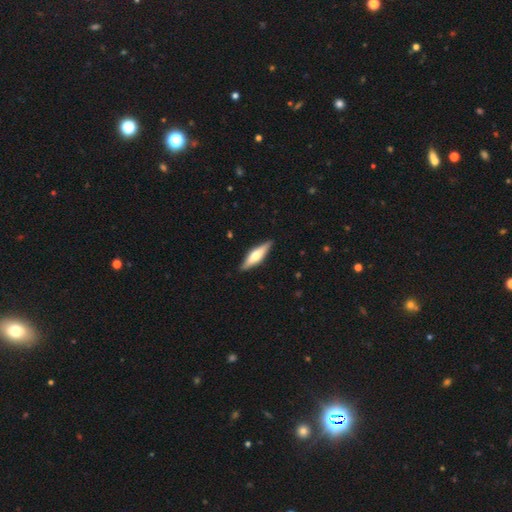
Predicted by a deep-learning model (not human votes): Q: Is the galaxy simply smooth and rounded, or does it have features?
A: featured or disk — 56%.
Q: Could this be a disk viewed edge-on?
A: yes — 95%.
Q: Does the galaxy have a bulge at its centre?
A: rounded — 90%.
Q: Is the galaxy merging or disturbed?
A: none — 89%.